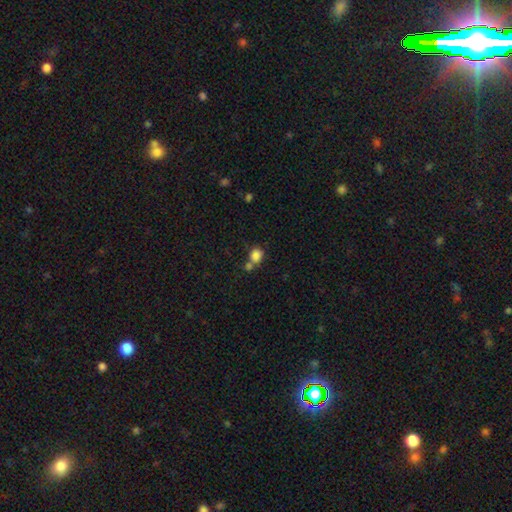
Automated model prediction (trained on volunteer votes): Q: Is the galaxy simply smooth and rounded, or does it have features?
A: smooth — 84%.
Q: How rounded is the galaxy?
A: round — 76%.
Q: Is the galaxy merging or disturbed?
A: none — 51%.